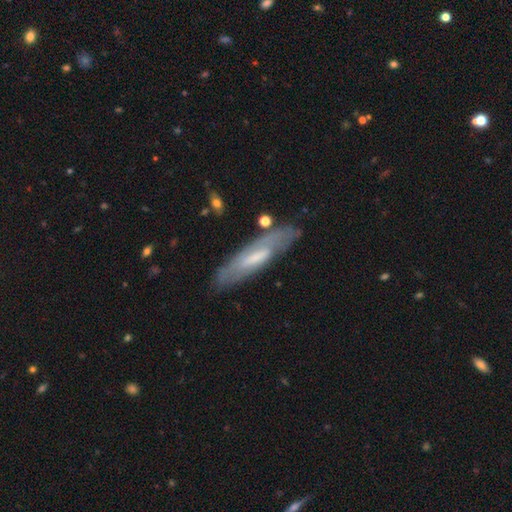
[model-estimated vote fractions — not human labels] smooth-or-featured: featured or disk: 56% | smooth: 36% | star or artifact: 8%
  disk-edge-on: yes: 51% | no: 49%
  merging: none: 78% | minor disturbance: 15% | major disturbance: 4% | merger: 3%